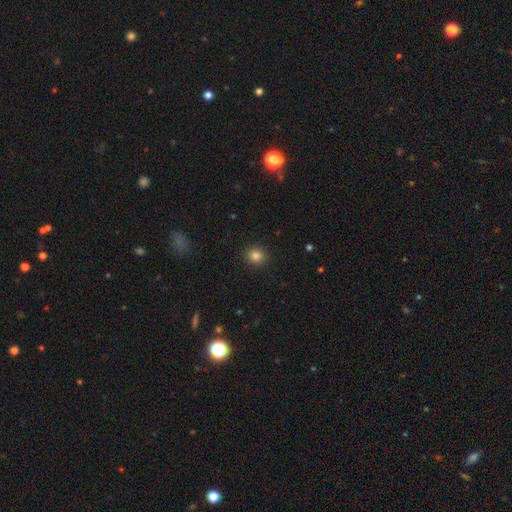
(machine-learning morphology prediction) A smooth galaxy with no disk features (84%) that is round (87%). Merging: none (92%).